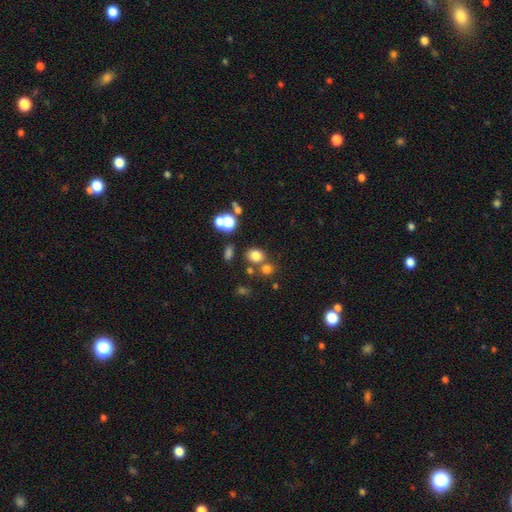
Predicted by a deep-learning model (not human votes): Smooth or featured? smooth (73%)
How rounded? round (62%)
Merging? none (64%)